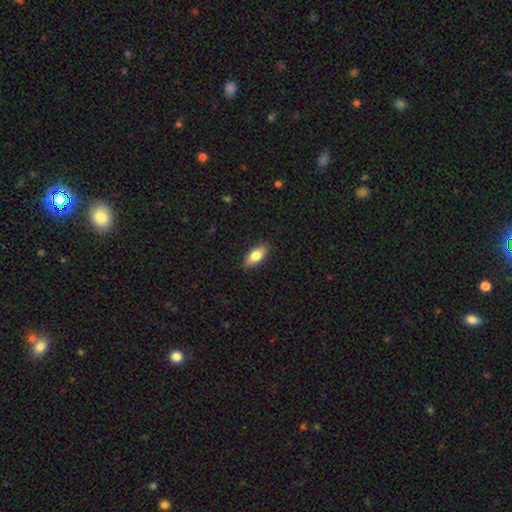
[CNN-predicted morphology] Overall: smooth (79%). How rounded: in between (85%). Merging: none (89%).